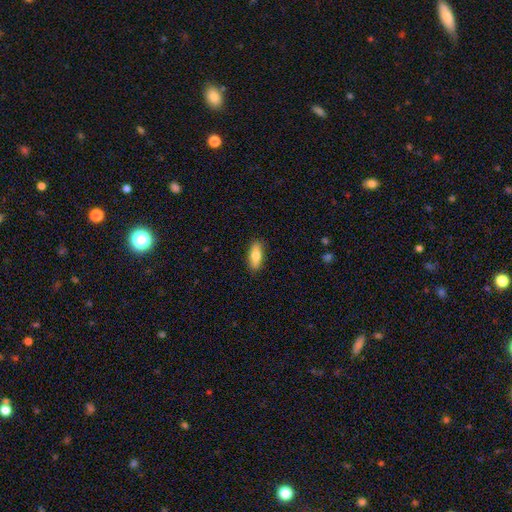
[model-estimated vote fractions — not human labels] smooth_or_featured: smooth (p=0.74) [alt: featured or disk p=0.20]
how_rounded: in between (p=0.71) [alt: cigar-shaped p=0.26]
merging: none (p=0.87) [alt: minor disturbance p=0.10]